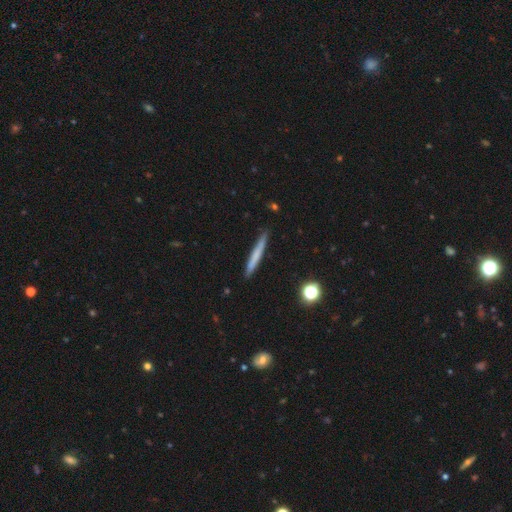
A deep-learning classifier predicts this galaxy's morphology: smooth-or-featured: smooth: 63% | featured or disk: 30% | star or artifact: 7%
  how-rounded: cigar-shaped: 96% | in between: 2% | round: 1%
  merging: none: 90% | minor disturbance: 7% | major disturbance: 1% | merger: 1%